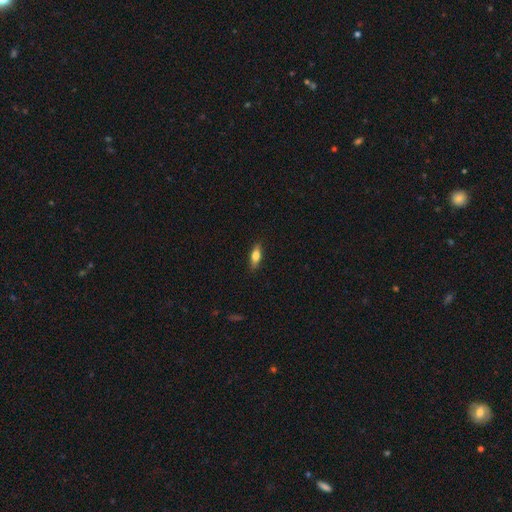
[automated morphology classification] smooth-or-featured: smooth: 69% | featured or disk: 24% | star or artifact: 7%
  how-rounded: in between: 65% | cigar-shaped: 32% | round: 3%
  merging: none: 87% | minor disturbance: 10% | major disturbance: 2% | merger: 1%